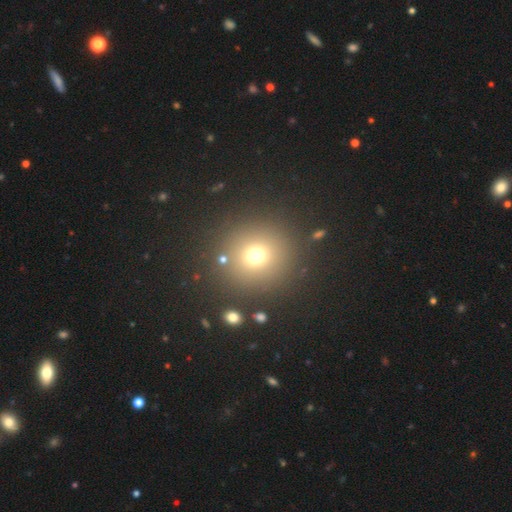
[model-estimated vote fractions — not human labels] Smooth or featured? Predicted: smooth (p=0.70). How rounded? Predicted: round (p=0.92). Merging? Predicted: none (p=0.86).